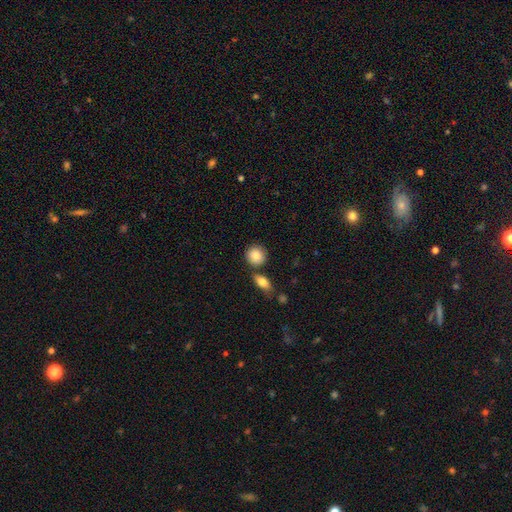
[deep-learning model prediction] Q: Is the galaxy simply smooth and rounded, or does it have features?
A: smooth — 87%.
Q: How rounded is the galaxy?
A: round — 87%.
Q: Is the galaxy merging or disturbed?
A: none — 76%.